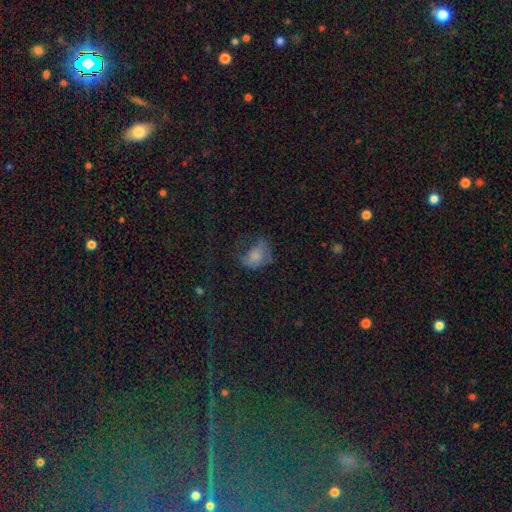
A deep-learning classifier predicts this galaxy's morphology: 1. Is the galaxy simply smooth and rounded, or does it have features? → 57% smooth, 29% featured or disk, 15% star or artifact.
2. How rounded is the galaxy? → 63% in between, 35% round, 1% cigar-shaped.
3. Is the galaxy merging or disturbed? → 43% major disturbance, 30% none, 24% minor disturbance, 3% merger.